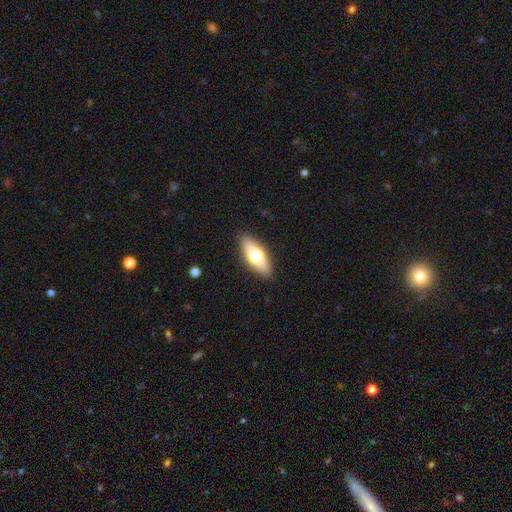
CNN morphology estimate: Smooth or featured?
  - smooth: 64% *
  - featured or disk: 30%
  - star or artifact: 6%
How rounded?
  - in between: 73% *
  - cigar-shaped: 24%
  - round: 3%
Merging?
  - none: 88% *
  - minor disturbance: 9%
  - major disturbance: 2%
  - merger: 1%